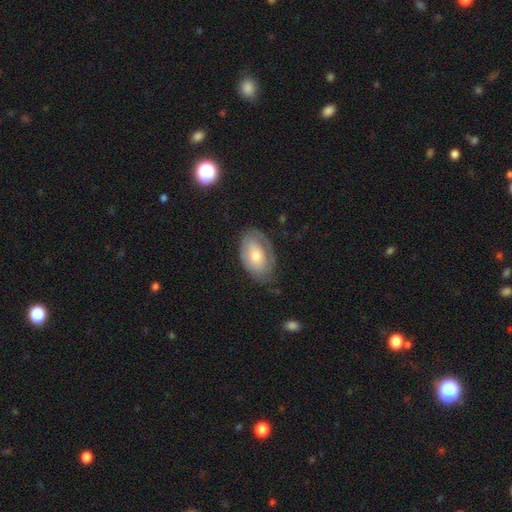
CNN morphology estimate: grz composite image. It shows a featured or disk galaxy (48%). Merging: none (63%).